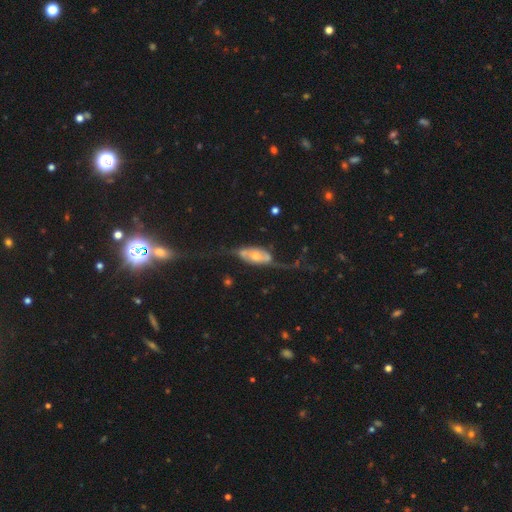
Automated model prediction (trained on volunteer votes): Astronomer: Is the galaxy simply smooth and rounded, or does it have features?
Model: featured or disk — 69%.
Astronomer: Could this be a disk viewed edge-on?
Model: no — 76%.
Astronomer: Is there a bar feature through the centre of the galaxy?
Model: no — 68%.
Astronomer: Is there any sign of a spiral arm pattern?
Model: yes — 72%.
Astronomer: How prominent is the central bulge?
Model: moderate — 56%.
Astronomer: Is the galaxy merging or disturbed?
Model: none — 41% (runner-up: major disturbance, 32%).